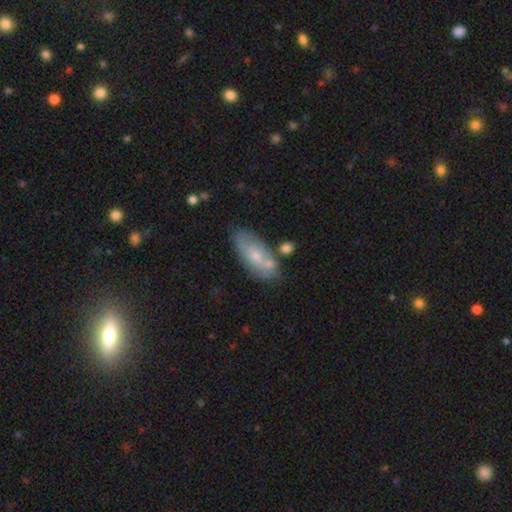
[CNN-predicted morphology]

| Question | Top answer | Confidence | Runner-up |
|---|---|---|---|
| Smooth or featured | featured or disk | 48% | smooth (45%) |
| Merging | none | 61% | minor disturbance (21%) |